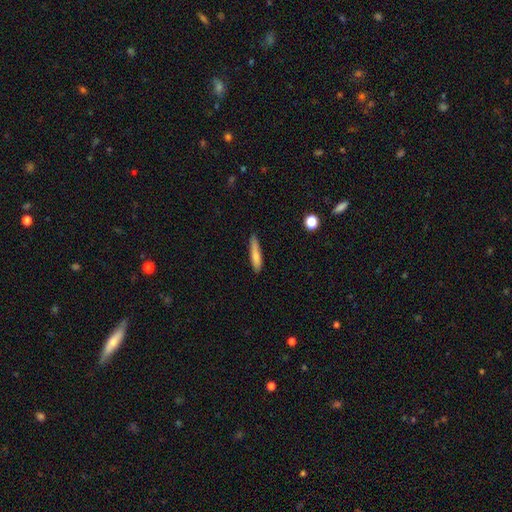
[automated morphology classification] The model was most divided on "smooth or featured": smooth: 76%, featured or disk: 17%, star or artifact: 7%. More confident: how rounded — cigar-shaped (86%); merging — none (79%).